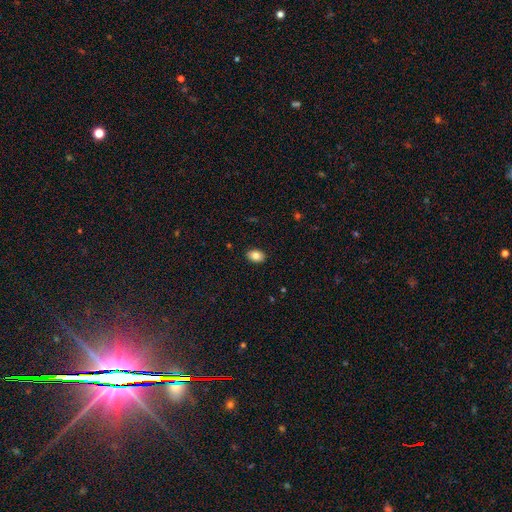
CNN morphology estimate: Smooth or featured: smooth — 84% (star or artifact — 8%)
How rounded: in between — 83% (round — 16%)
Merging: none — 89% (minor disturbance — 8%)